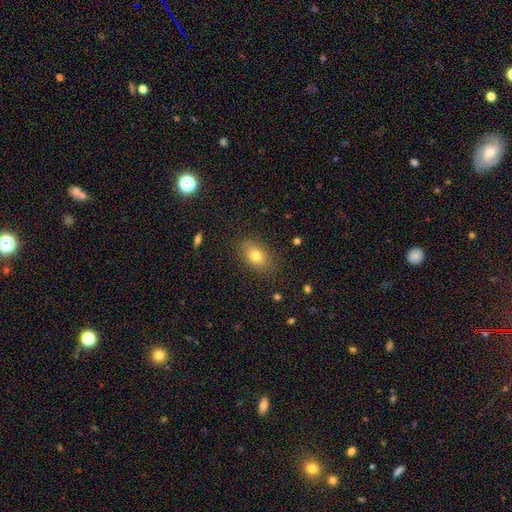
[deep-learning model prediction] A smooth galaxy with no disk features (75%) that is in between round and cigar-shaped (82%). Merging: none (80%).